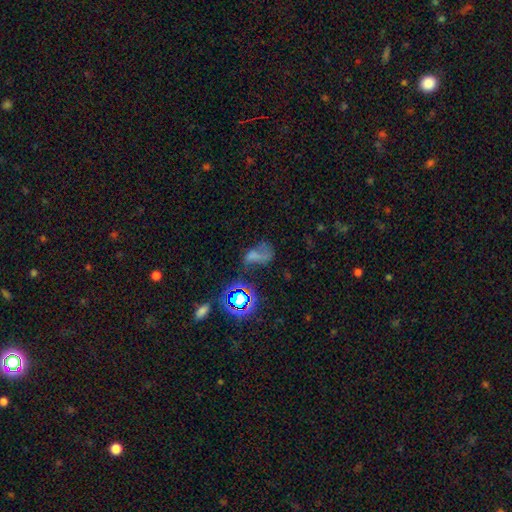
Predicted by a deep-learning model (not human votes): smooth 43%, star or artifact 31%, featured or disk 25%. Down the decision tree: merging — major disturbance (36%).